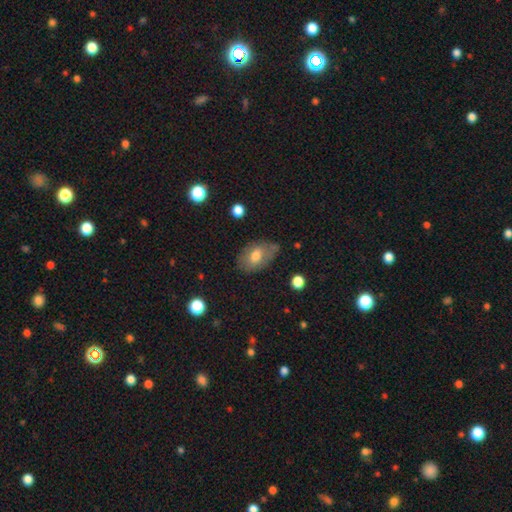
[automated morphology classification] Smooth or featured: smooth — 66% (featured or disk — 25%)
How rounded: in between — 87% (round — 11%)
Merging: none — 62% (minor disturbance — 27%)